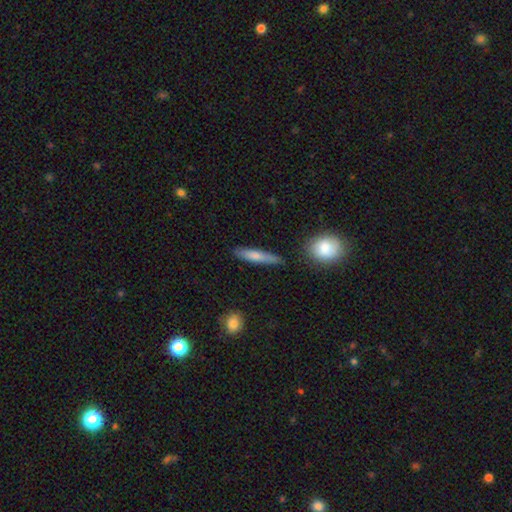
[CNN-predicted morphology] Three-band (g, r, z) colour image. It shows a smooth galaxy with no disk features (70%) that is cigar-shaped (84%). Merging: none (81%).